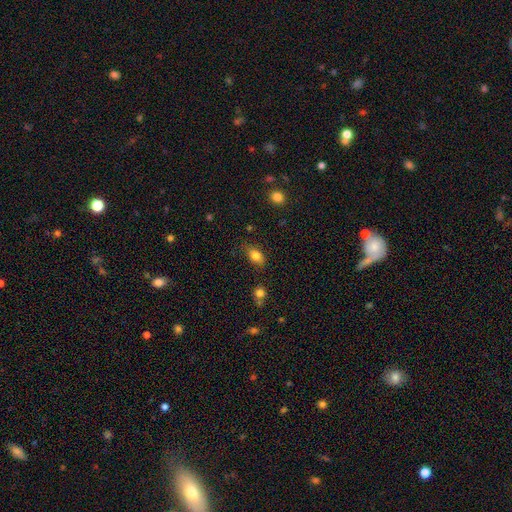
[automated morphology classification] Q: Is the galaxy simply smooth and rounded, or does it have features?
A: smooth — 82%.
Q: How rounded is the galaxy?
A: in between — 83%.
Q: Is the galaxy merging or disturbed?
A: none — 75%.